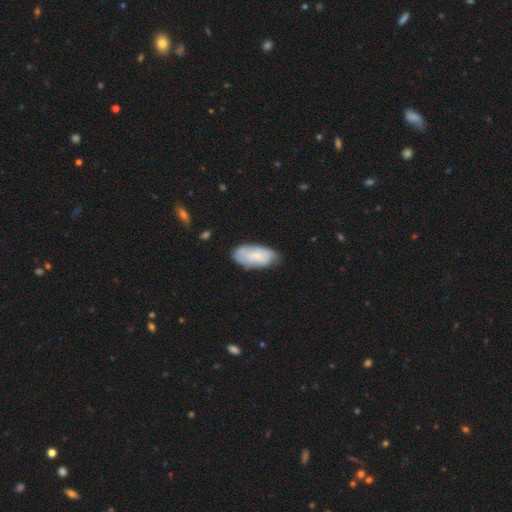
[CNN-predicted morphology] smooth 58%, featured or disk 36%, star or artifact 6%. Down the decision tree: how rounded — in between (92%); merging — none (65%).